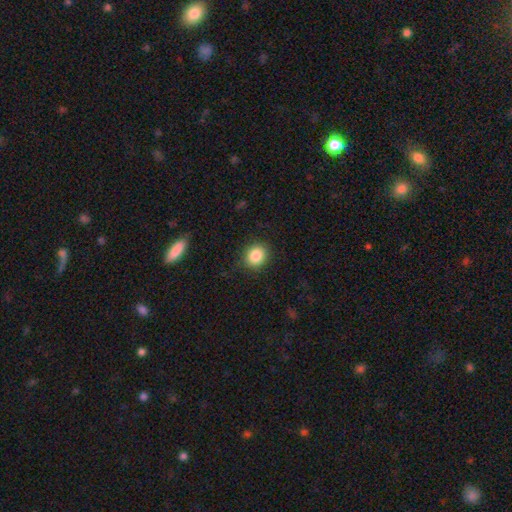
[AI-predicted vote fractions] Overall: smooth (85%). How rounded: round (69%; in between 30%). Merging: none (86%).